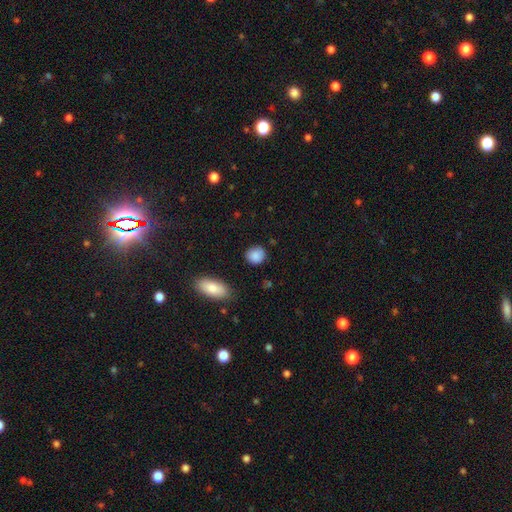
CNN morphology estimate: smooth_or_featured: smooth (p=0.86) [alt: star or artifact p=0.08]
how_rounded: round (p=0.79) [alt: in between p=0.20]
merging: none (p=0.82) [alt: minor disturbance p=0.12]